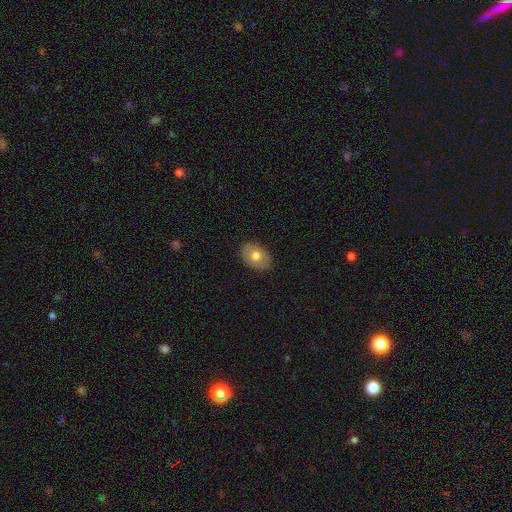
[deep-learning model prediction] Smooth or featured? smooth (66%)
How rounded? in between (78%)
Merging? none (86%)